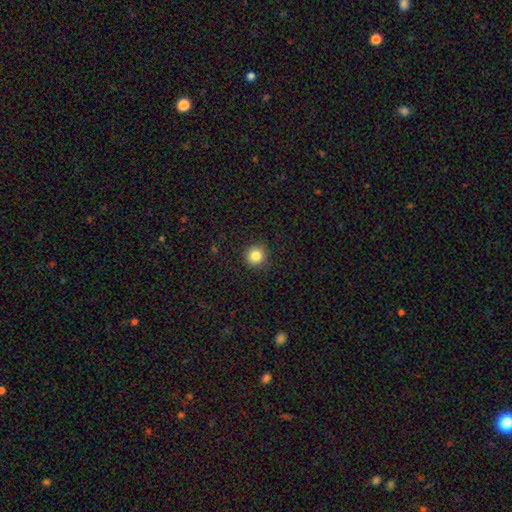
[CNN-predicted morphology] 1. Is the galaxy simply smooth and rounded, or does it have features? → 84% smooth, 11% star or artifact, 5% featured or disk.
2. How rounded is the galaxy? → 94% round, 5% in between, 1% cigar-shaped.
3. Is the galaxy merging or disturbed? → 91% none, 6% minor disturbance, 2% major disturbance, 1% merger.